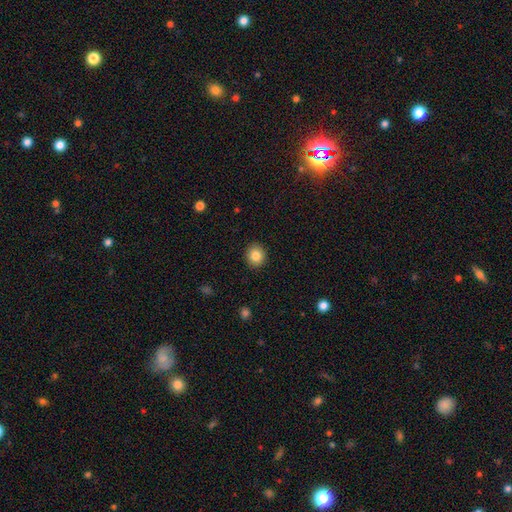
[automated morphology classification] Smooth or featured? Predicted: smooth (p=0.84). How rounded? Predicted: round (p=0.80). Merging? Predicted: none (p=0.91).